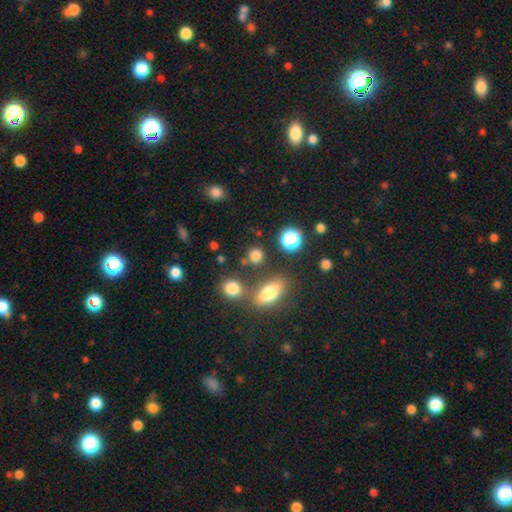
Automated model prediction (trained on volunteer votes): Morphology: type=smooth (76%); roundness=round (80%); merging=none (74%).